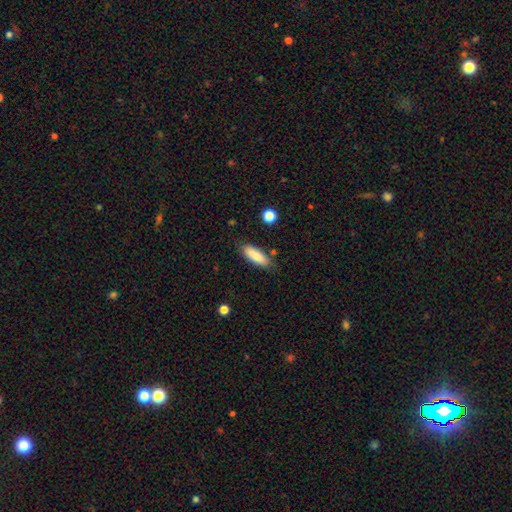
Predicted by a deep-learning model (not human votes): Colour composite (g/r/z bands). It shows a smooth galaxy with no disk features (85%) that is in between round and cigar-shaped (58%). Merging: none (81%).